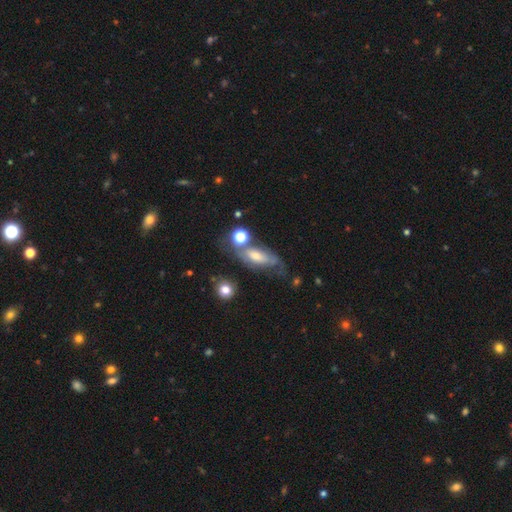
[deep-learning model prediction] This is possibly a featured or disk galaxy (53%). It is clearly not viewed edge-on (80%). Merging: marginally none (40%).